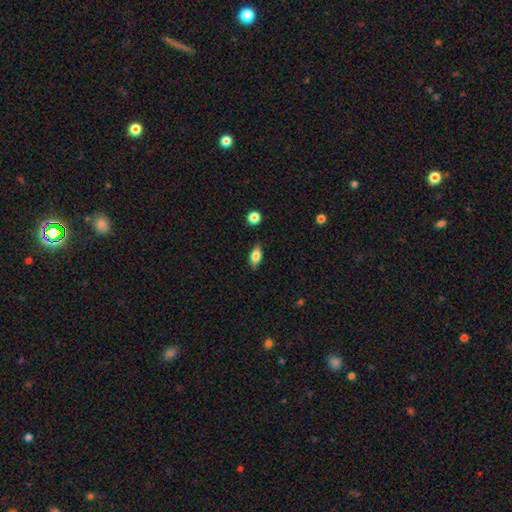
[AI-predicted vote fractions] Smooth or featured? smooth (77%)
How rounded? in between (83%)
Merging? none (84%)